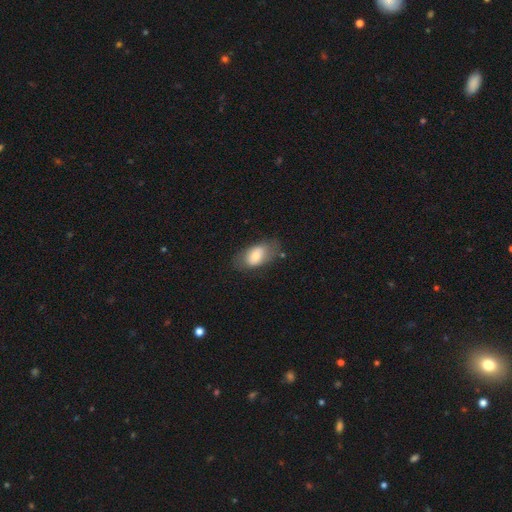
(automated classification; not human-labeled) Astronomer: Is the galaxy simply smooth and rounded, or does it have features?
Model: smooth — 68%.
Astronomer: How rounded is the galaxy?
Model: in between — 90%.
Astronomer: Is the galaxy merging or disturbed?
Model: none — 66%.